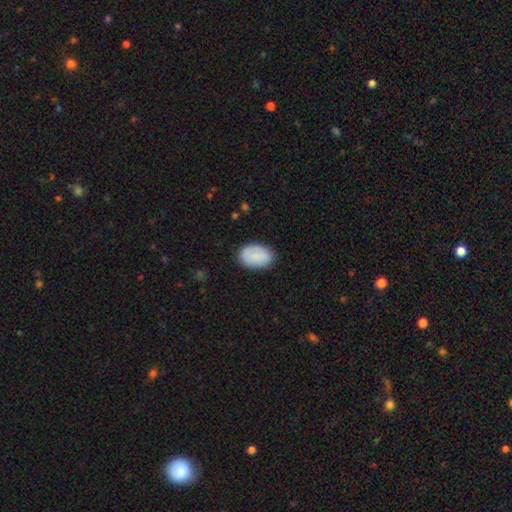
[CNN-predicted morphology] Q: Smooth or featured?
A: smooth (82%); runner-up: featured or disk (12%)
Q: How rounded?
A: in between (87%); runner-up: round (12%)
Q: Merging?
A: none (83%); runner-up: minor disturbance (13%)